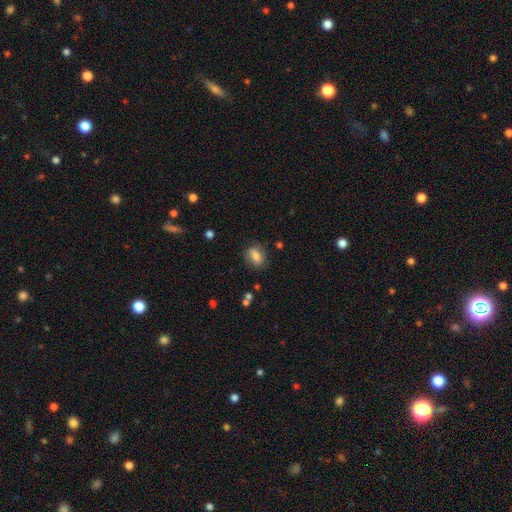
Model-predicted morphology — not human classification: smooth_or_featured: smooth (p=0.75) [alt: featured or disk p=0.16]
how_rounded: in between (p=0.72) [alt: round p=0.24]
merging: none (p=0.77) [alt: minor disturbance p=0.16]